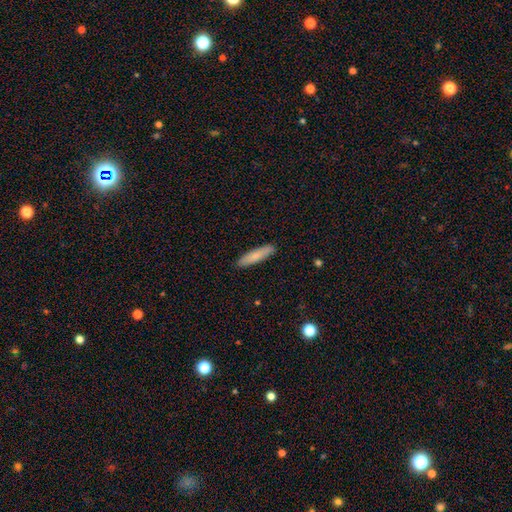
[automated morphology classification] smooth 78%, featured or disk 16%, star or artifact 6%. Down the decision tree: how rounded — cigar-shaped (80%); merging — none (90%).